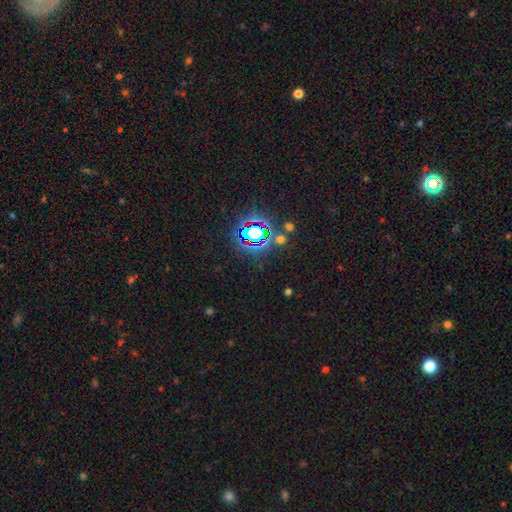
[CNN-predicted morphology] smooth-or-featured: star or artifact: 82% | smooth: 11% | featured or disk: 7%